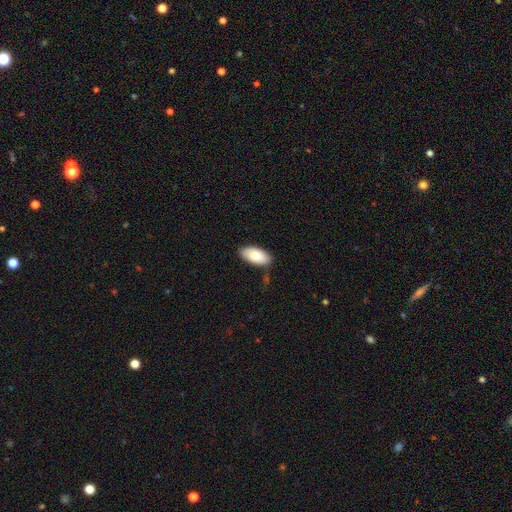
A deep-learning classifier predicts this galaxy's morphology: A smooth galaxy with no disk features (85%) that is in between round and cigar-shaped (93%). Merging: none (85%).